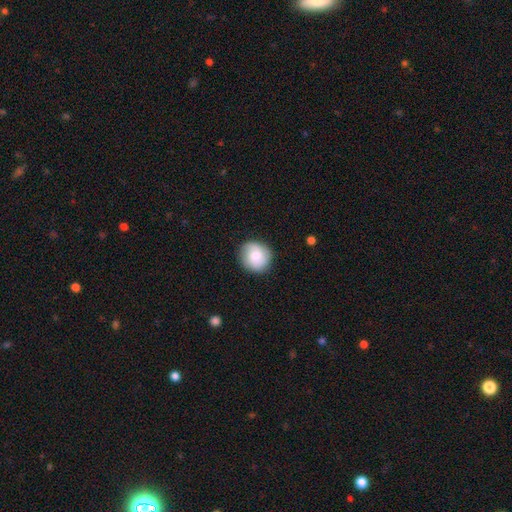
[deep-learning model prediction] smooth-or-featured: smooth: 64% | featured or disk: 29% | star or artifact: 7%
  how-rounded: round: 89% | in between: 10% | cigar-shaped: 1%
  merging: none: 86% | minor disturbance: 10% | major disturbance: 3% | merger: 1%